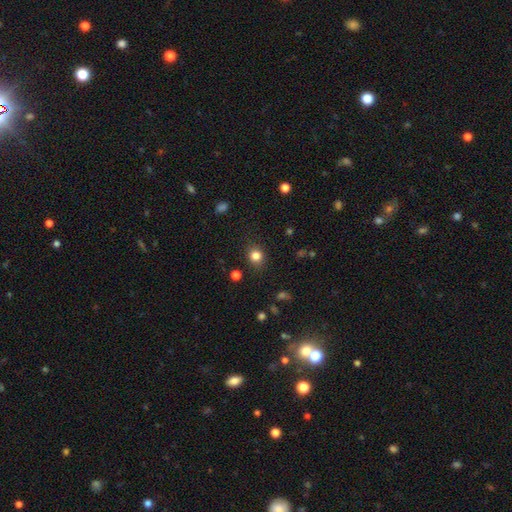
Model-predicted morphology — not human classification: Overall: smooth (82%). How rounded: round (77%). Merging: none (86%).